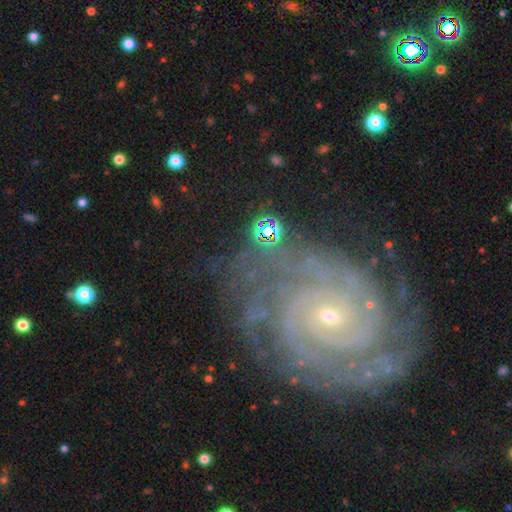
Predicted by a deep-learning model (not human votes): Smooth or featured: featured or disk — 89% (star or artifact — 7%)
Edge-on disk: no — 98% (yes — 2%)
Bar: no — 64% (weak — 26%)
Spiral arms: yes — 98% (no — 2%)
Spiral winding: tight — 82% (medium — 15%)
Spiral arm count: 2 — 33% (3 — 18%)
Bulge size: small — 78% (moderate — 18%)
Merging: none — 74% (minor disturbance — 17%)